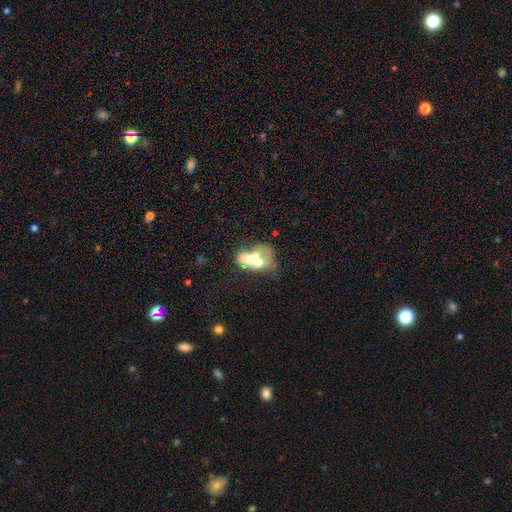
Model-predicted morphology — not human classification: smooth 45%, featured or disk 44%, star or artifact 11%. Down the decision tree: merging — merger (70%).